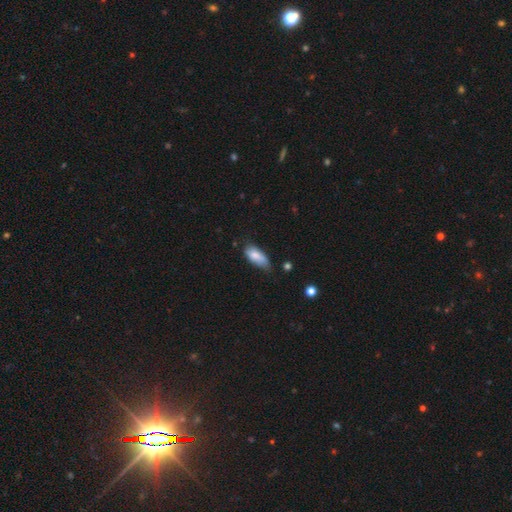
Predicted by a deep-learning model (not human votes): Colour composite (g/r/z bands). It shows a smooth galaxy with no disk features (81%) that is in between round and cigar-shaped (84%). Merging: none (45%).